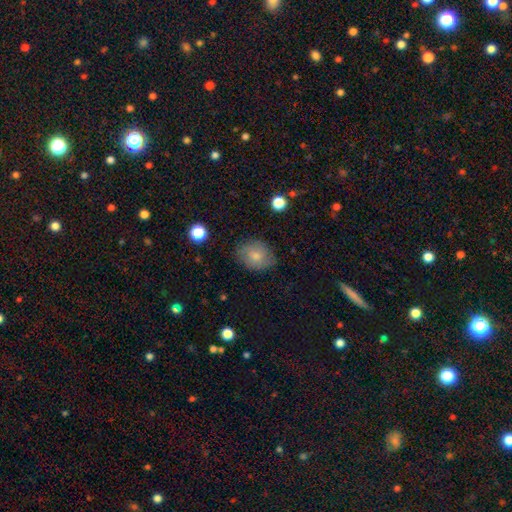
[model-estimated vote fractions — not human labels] This appears to be a smooth galaxy with no disk features (76%) that is in between round and cigar-shaped (53%). Merging: none (75%).